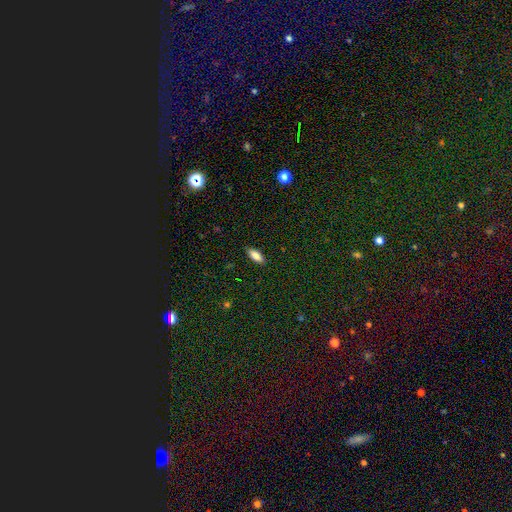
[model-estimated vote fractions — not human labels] smooth 86%, star or artifact 7%, featured or disk 7%. Down the decision tree: how rounded — in between (79%); merging — none (88%).